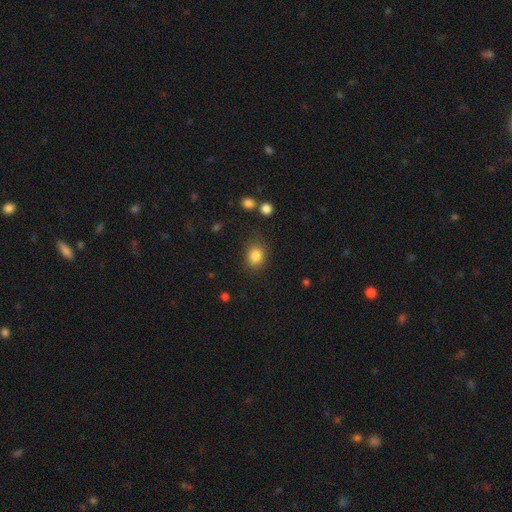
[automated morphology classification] The model was most divided on "how rounded": round: 62%, in between: 37%, cigar-shaped: 1%. More confident: smooth or featured — smooth (85%); merging — none (79%).